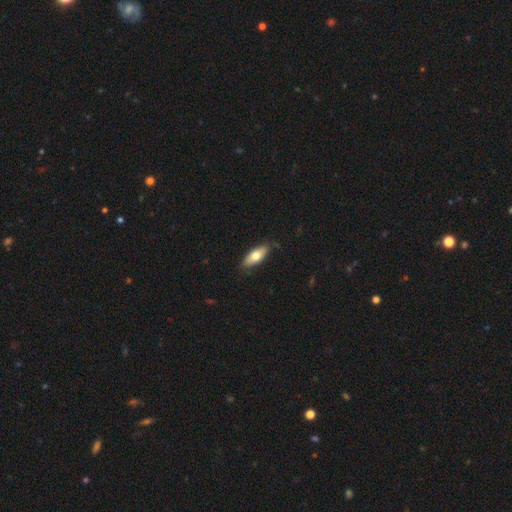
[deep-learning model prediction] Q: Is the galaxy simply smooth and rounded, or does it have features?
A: smooth — 69%.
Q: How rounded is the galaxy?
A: in between — 74%.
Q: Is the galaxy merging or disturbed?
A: none — 81%.